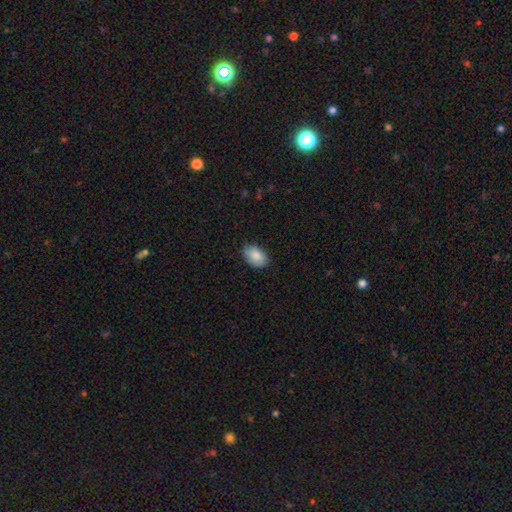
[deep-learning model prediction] A smooth galaxy with no disk features (85%) that is in between round and cigar-shaped (86%).

Vote fractions:
- Smooth or featured? smooth: 85% / featured or disk: 8% / star or artifact: 7%
- How rounded? in between: 86% / round: 13% / cigar-shaped: 1%
- Merging? none: 74% / minor disturbance: 22% / major disturbance: 3% / merger: 1%